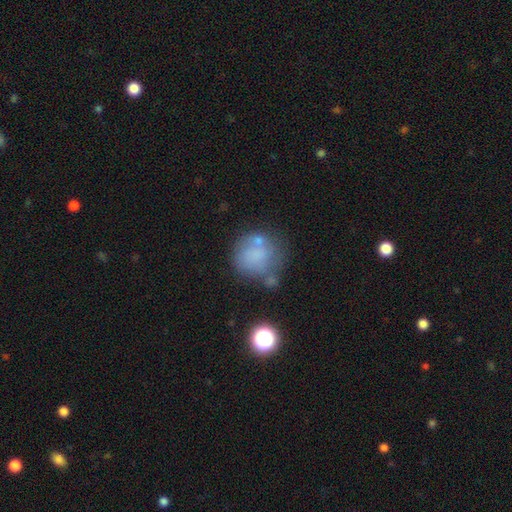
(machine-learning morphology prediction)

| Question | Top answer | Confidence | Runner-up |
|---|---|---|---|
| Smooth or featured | smooth | 63% | featured or disk (23%) |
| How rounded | round | 85% | in between (14%) |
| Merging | none | 49% | minor disturbance (22%) |